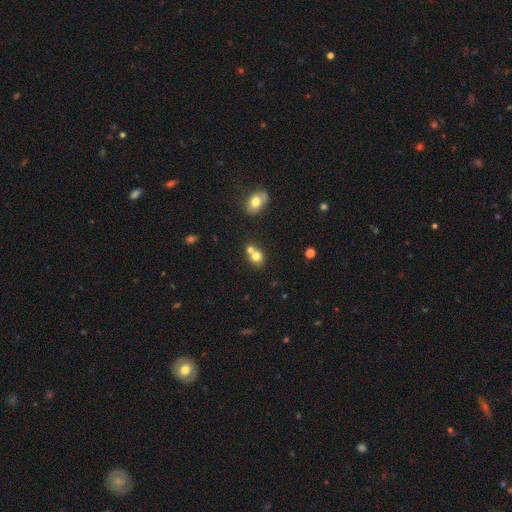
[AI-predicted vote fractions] The model was most divided on "merging": merger: 47%, none: 42%, minor disturbance: 8%, major disturbance: 3%. More confident: smooth or featured — smooth (75%); how rounded — round (71%).